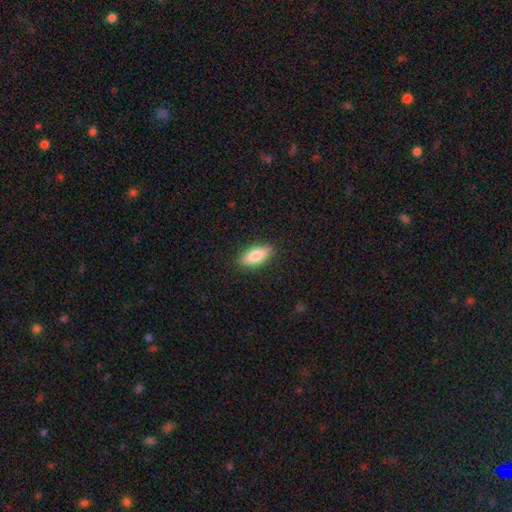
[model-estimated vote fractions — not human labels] A smooth galaxy with no disk features (80%) that is in between round and cigar-shaped (77%).

Vote fractions:
- Smooth or featured? smooth: 80% / featured or disk: 14% / star or artifact: 6%
- How rounded? in between: 77% / cigar-shaped: 20% / round: 3%
- Merging? none: 89% / minor disturbance: 8% / major disturbance: 2% / merger: 1%